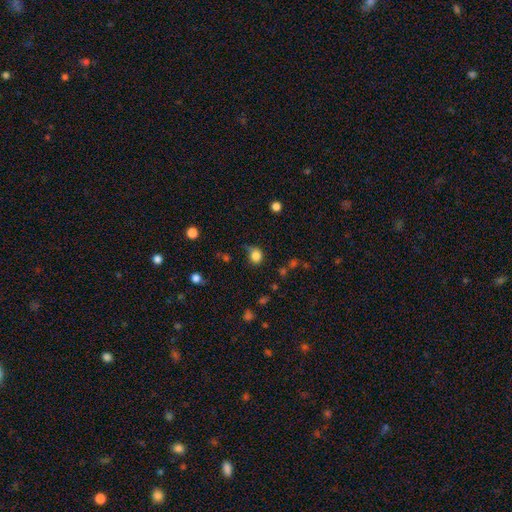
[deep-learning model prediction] Q: Smooth or featured?
A: smooth (83%); runner-up: star or artifact (11%)
Q: How rounded?
A: round (76%); runner-up: in between (23%)
Q: Merging?
A: none (59%); runner-up: minor disturbance (27%)